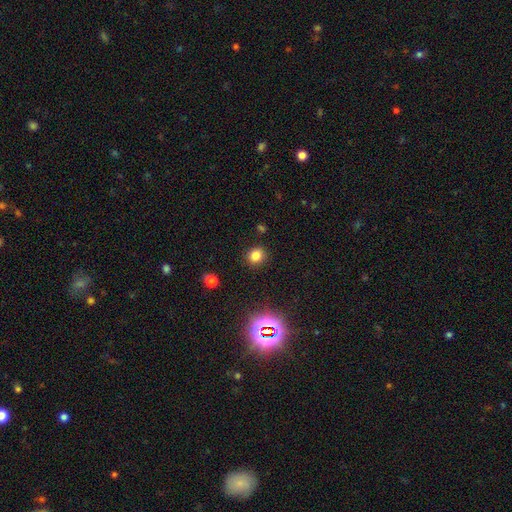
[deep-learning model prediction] This is likely a smooth galaxy (80%). How rounded: likely round (73%). Merging: clearly none (88%).